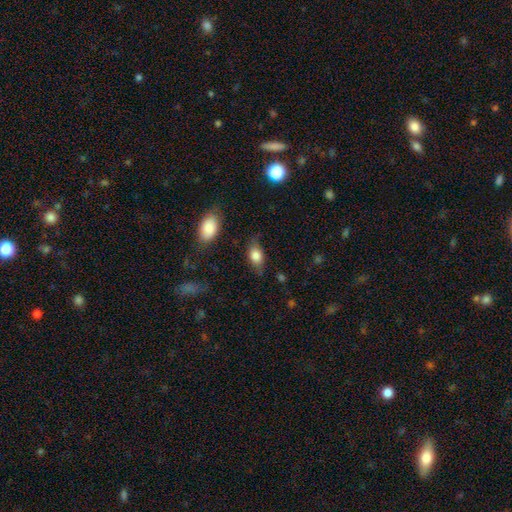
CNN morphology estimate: Smooth or featured: smooth — 77% (featured or disk — 15%)
How rounded: in between — 84% (round — 11%)
Merging: none — 70% (minor disturbance — 22%)